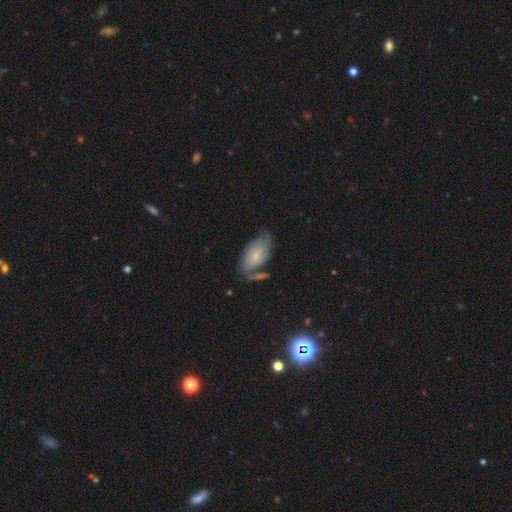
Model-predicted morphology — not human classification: Smooth or featured? Predicted: smooth (p=0.55). How rounded? Predicted: in between (p=0.92). Merging? Predicted: none (p=0.50).